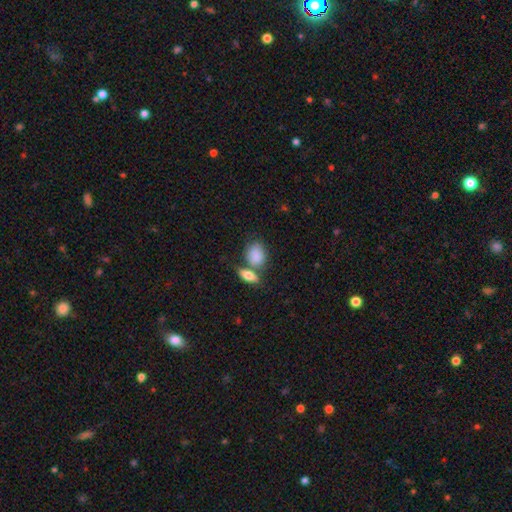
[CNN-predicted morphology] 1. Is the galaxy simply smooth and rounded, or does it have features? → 85% smooth, 8% featured or disk, 7% star or artifact.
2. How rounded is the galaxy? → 65% in between, 32% round, 3% cigar-shaped.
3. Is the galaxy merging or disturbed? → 46% none, 33% merger, 15% minor disturbance, 5% major disturbance.